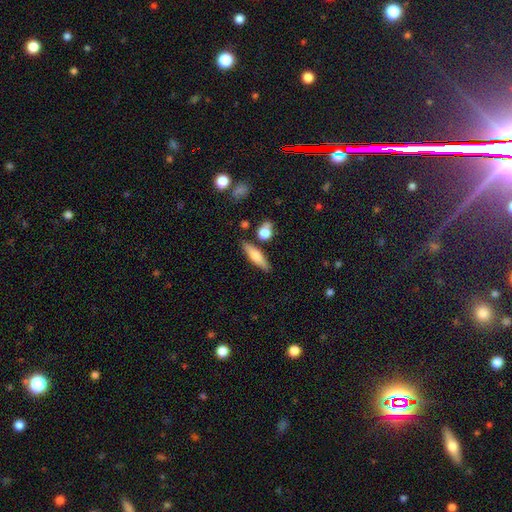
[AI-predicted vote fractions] smooth-or-featured: smooth: 63% | featured or disk: 30% | star or artifact: 7%
  how-rounded: cigar-shaped: 70% | in between: 27% | round: 3%
  merging: none: 81% | minor disturbance: 10% | merger: 6% | major disturbance: 3%